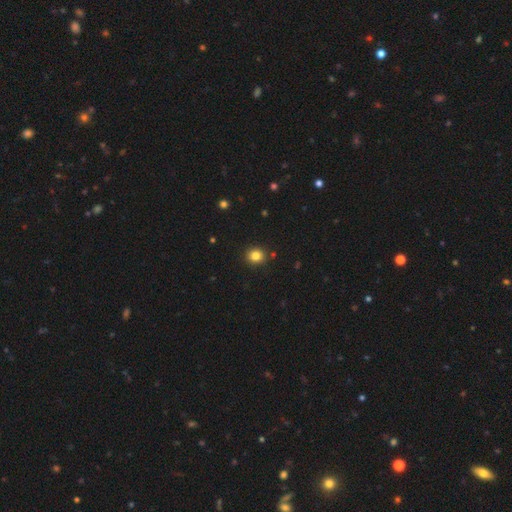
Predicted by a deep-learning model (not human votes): smooth 83%, star or artifact 12%, featured or disk 5%. Down the decision tree: how rounded — round (80%); merging — none (89%).